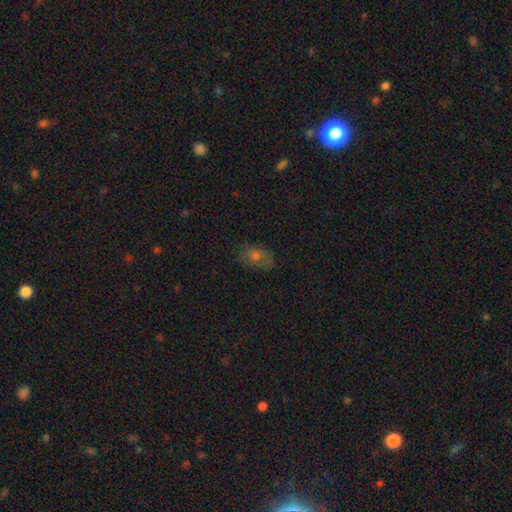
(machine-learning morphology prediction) smooth 60%, featured or disk 21%, star or artifact 19%. Down the decision tree: how rounded — in between (80%); merging — none (74%).